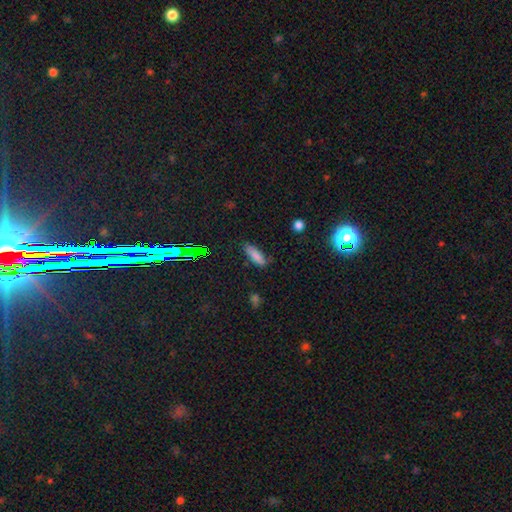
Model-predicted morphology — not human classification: smooth-or-featured: smooth: 80% | star or artifact: 12% | featured or disk: 9%
  how-rounded: in between: 53% | cigar-shaped: 45% | round: 2%
  merging: none: 69% | minor disturbance: 23% | major disturbance: 5% | merger: 3%